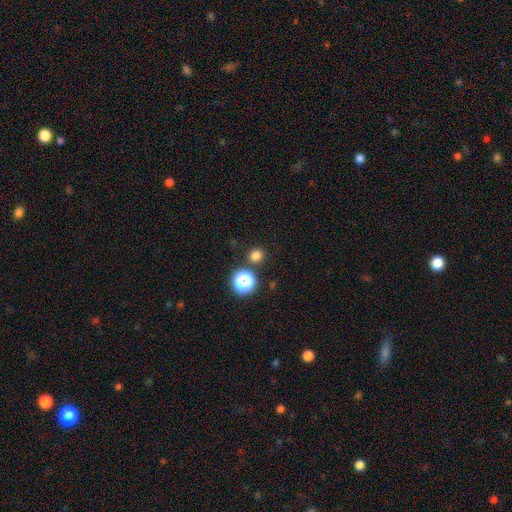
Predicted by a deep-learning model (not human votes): This is likely a smooth galaxy (76%). How rounded: clearly round (89%). Merging: clearly none (86%).